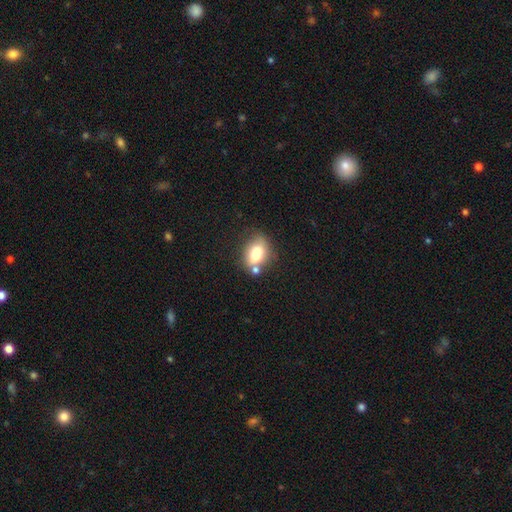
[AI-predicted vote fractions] This appears to be a smooth galaxy with no disk features (72%) that is in between round and cigar-shaped (76%). Merging: none (46%).